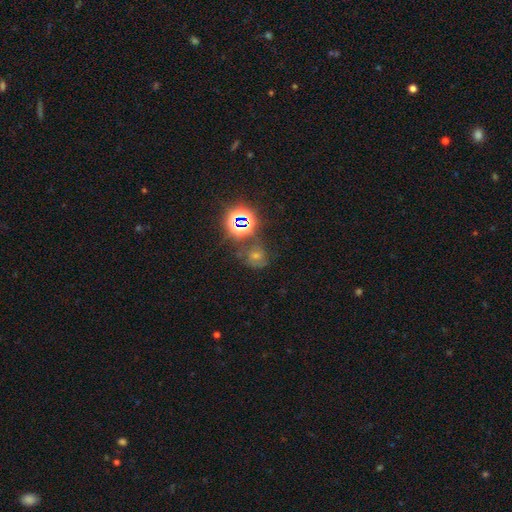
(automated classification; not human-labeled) Overall: star or artifact (57%; smooth 25%).